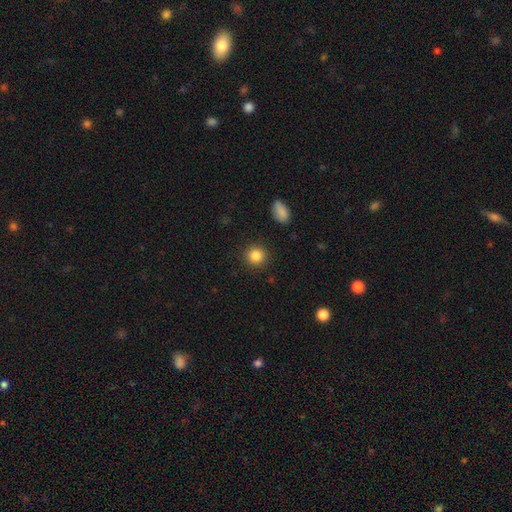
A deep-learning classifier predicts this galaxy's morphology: smooth-or-featured: smooth: 86% | star or artifact: 10% | featured or disk: 4%
  how-rounded: round: 91% | in between: 8% | cigar-shaped: 1%
  merging: none: 91% | minor disturbance: 6% | major disturbance: 2% | merger: 1%